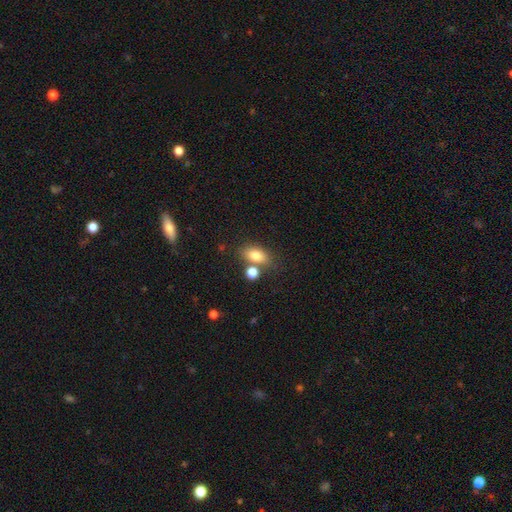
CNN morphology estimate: A smooth galaxy with no disk features (80%) that is in between round and cigar-shaped (81%).

Vote fractions:
- Smooth or featured? smooth: 80% / featured or disk: 10% / star or artifact: 10%
- How rounded? in between: 81% / round: 15% / cigar-shaped: 4%
- Merging? none: 63% / merger: 19% / minor disturbance: 13% / major disturbance: 4%